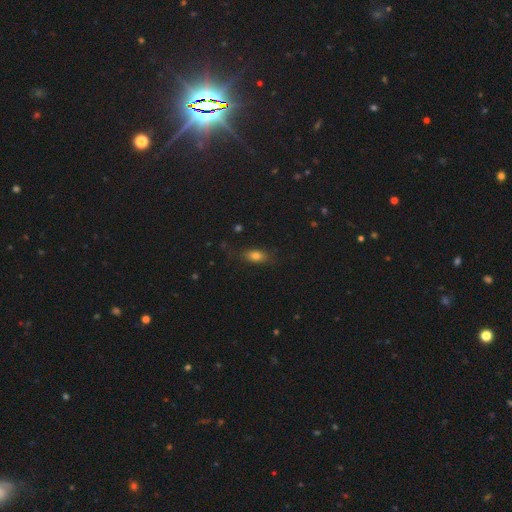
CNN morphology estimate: This appears to be a smooth galaxy with no disk features (78%) that is in between round and cigar-shaped (79%). Merging: none (78%).